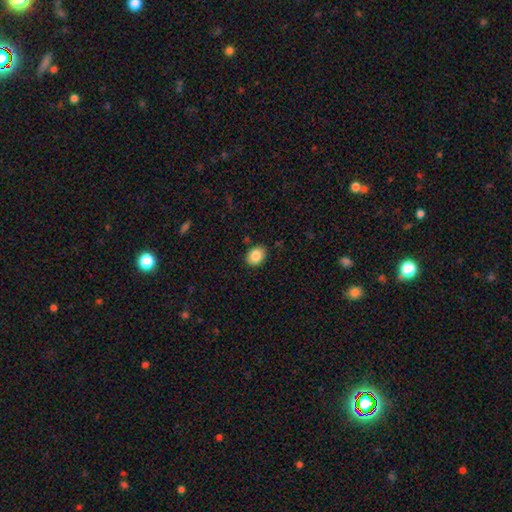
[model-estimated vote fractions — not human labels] Smooth or featured? Predicted: smooth (p=0.86). How rounded? Predicted: in between (p=0.59). Merging? Predicted: none (p=0.86).